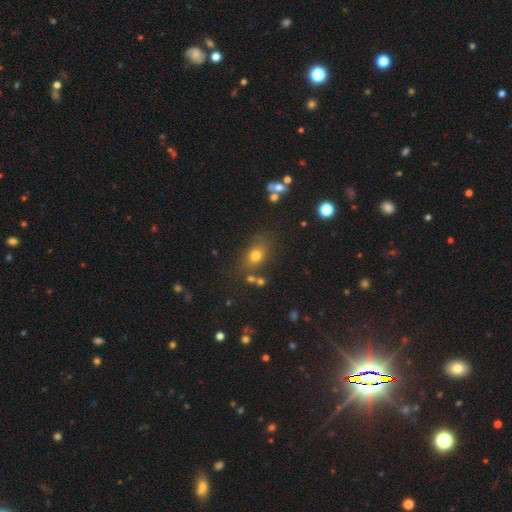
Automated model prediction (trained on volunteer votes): Q: Smooth or featured?
A: smooth (72%); runner-up: star or artifact (17%)
Q: How rounded?
A: in between (62%); runner-up: round (35%)
Q: Merging?
A: none (73%); runner-up: minor disturbance (14%)